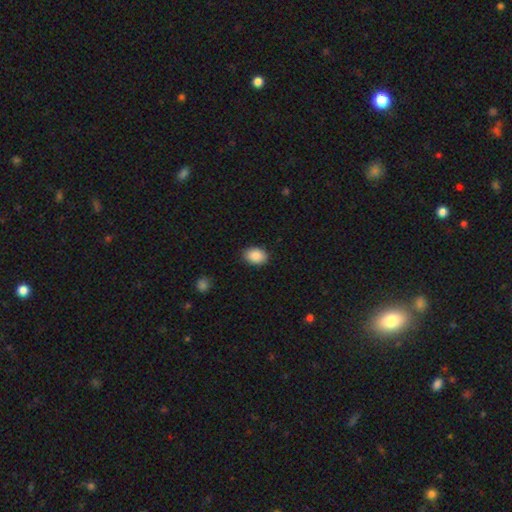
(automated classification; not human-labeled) The model was most divided on "how rounded": in between: 78%, round: 21%, cigar-shaped: 1%. More confident: smooth or featured — smooth (89%); merging — none (88%).